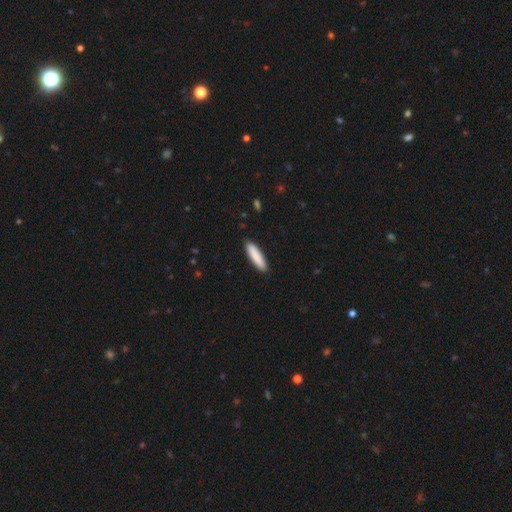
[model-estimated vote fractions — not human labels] Smooth or featured: smooth — 88% (featured or disk — 7%)
How rounded: cigar-shaped — 79% (in between — 20%)
Merging: none — 90% (minor disturbance — 7%)